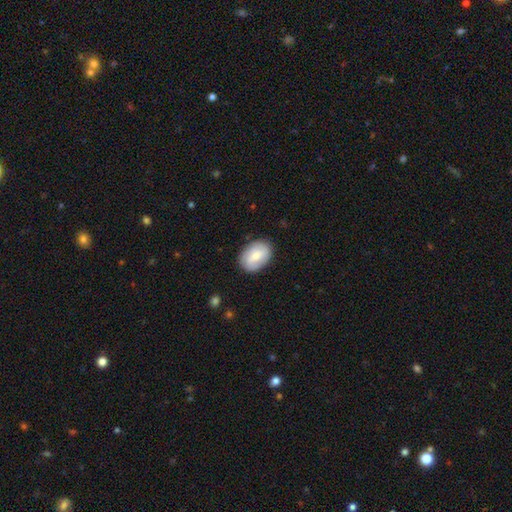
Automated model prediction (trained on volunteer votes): Smooth or featured?
  - smooth: 53% *
  - featured or disk: 40%
  - star or artifact: 6%
How rounded?
  - in between: 78% *
  - round: 21%
  - cigar-shaped: 1%
Merging?
  - none: 83% *
  - minor disturbance: 13%
  - major disturbance: 3%
  - merger: 1%